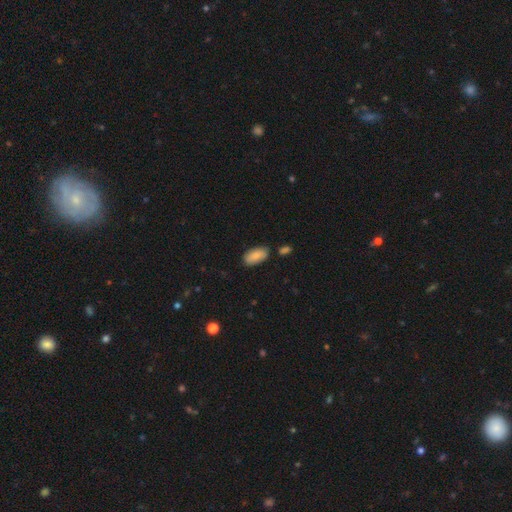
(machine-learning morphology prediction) Smooth or featured?
  - smooth: 87% *
  - featured or disk: 7%
  - star or artifact: 6%
How rounded?
  - in between: 93% *
  - cigar-shaped: 5%
  - round: 2%
Merging?
  - none: 79% *
  - minor disturbance: 14%
  - merger: 4%
  - major disturbance: 3%